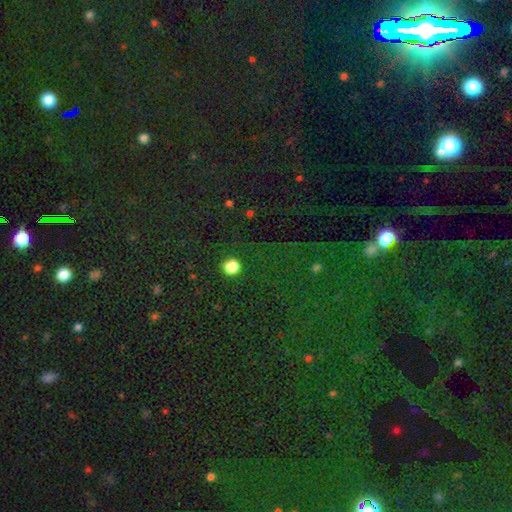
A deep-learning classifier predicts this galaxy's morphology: The model was most divided on "smooth or featured": star or artifact: 77%, smooth: 16%, featured or disk: 7%.